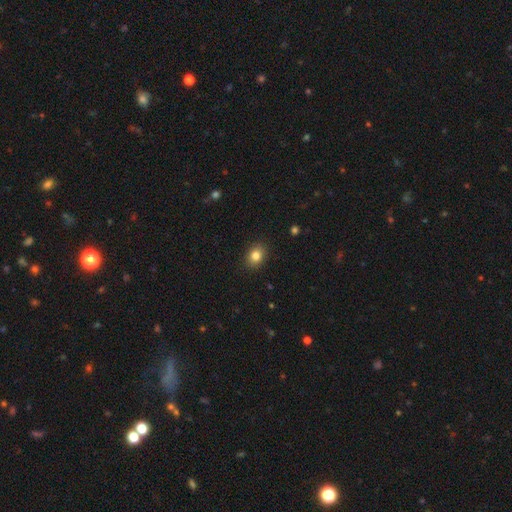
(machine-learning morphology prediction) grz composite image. It shows a smooth galaxy with no disk features (83%) that is in between round and cigar-shaped (59%). Merging: none (89%).